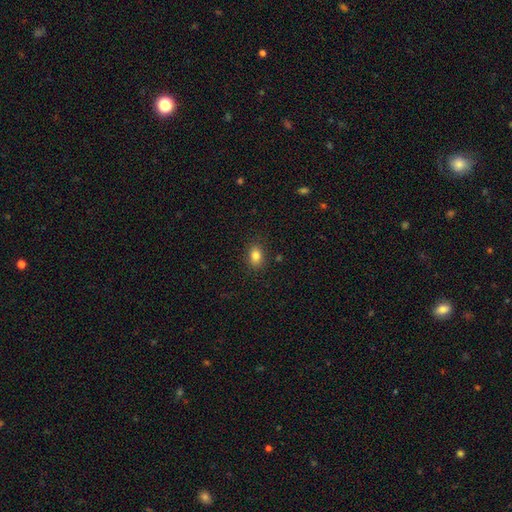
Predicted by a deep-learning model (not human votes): Overall: smooth (83%). How rounded: in between (71%). Merging: none (87%).